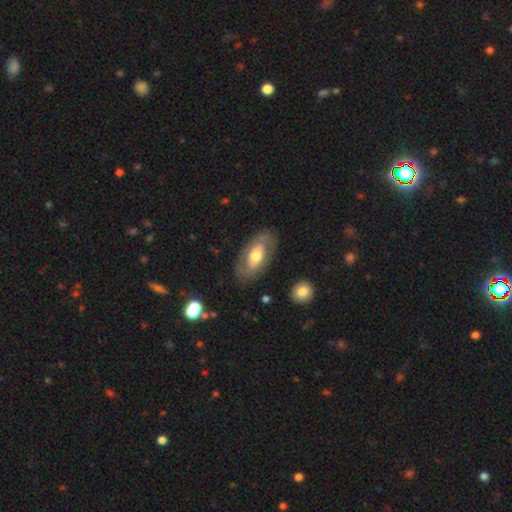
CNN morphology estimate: This appears to be a featured or disk galaxy (51%). Merging: none (79%).